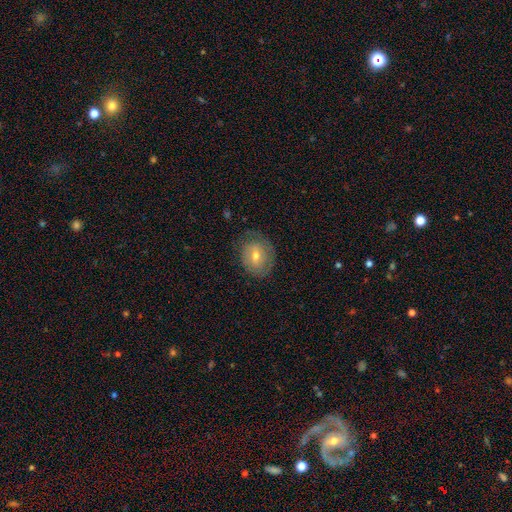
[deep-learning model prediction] Smooth or featured? smooth (51%)
How rounded? round (57%)
Merging? none (71%)